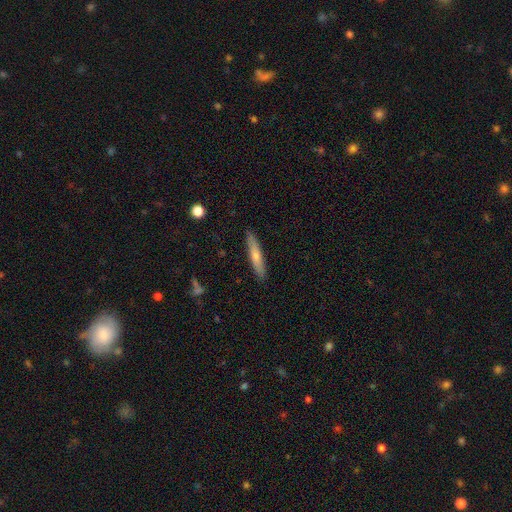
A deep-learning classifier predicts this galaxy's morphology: The model was most divided on "smooth or featured": smooth: 65%, featured or disk: 29%, star or artifact: 6%. More confident: merging — none (89%); how rounded — cigar-shaped (89%).